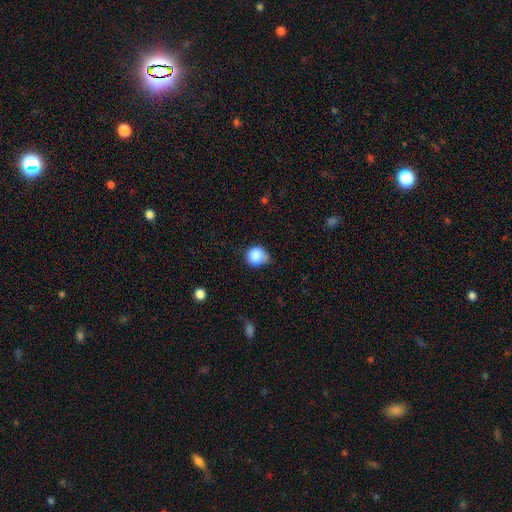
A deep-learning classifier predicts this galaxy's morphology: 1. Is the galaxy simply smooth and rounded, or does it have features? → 85% smooth, 9% star or artifact, 6% featured or disk.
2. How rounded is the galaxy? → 76% round, 23% in between, 1% cigar-shaped.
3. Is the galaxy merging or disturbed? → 45% none, 40% minor disturbance, 11% major disturbance, 4% merger.